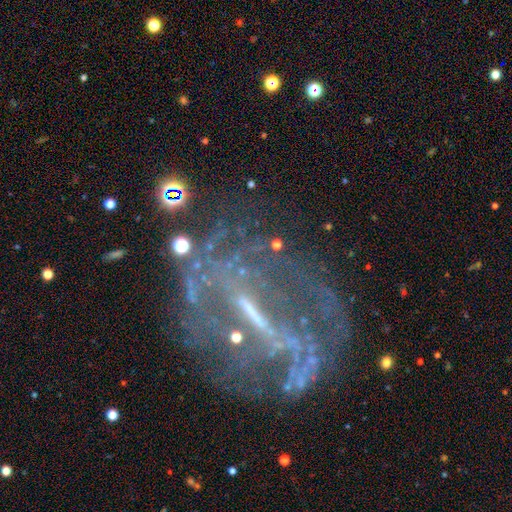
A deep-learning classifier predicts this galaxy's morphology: Overall: featured or disk (77%). Edge-on disk: no (90%). Bar: strong (55%; weak 30%). Spiral arms: yes (66%; no 34%). Bulge size: small (39%; none 34%). Merging: none (59%; major disturbance 20%).